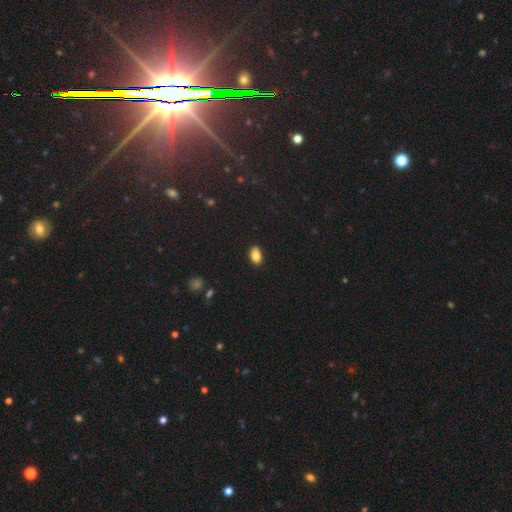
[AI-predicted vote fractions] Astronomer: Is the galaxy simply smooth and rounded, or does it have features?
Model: smooth — 83%.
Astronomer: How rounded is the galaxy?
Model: in between — 87%.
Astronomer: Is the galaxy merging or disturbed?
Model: none — 83%.